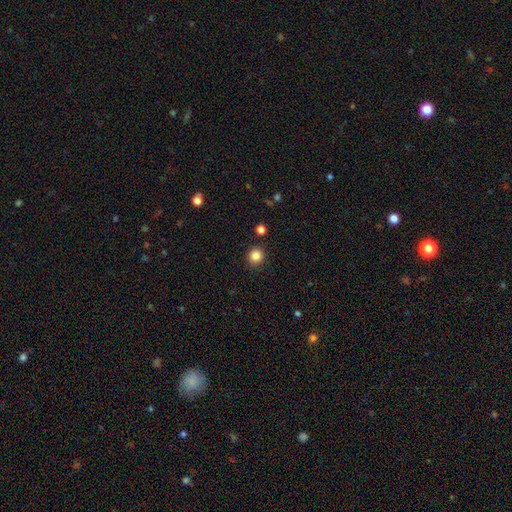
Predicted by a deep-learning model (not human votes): Q: Smooth or featured?
A: smooth (85%); runner-up: star or artifact (11%)
Q: How rounded?
A: round (91%); runner-up: in between (8%)
Q: Merging?
A: none (90%); runner-up: minor disturbance (6%)